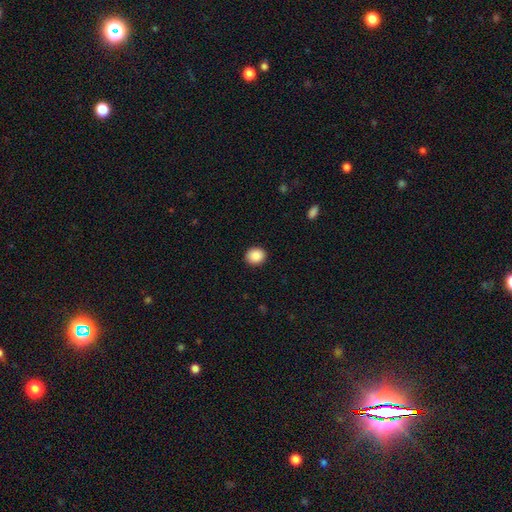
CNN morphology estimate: Overall: smooth (89%). How rounded: round (75%). Merging: none (91%).